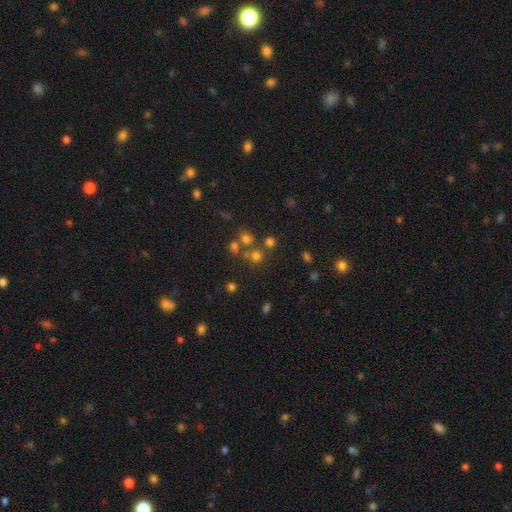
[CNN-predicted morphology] The model was most divided on "smooth or featured": smooth: 62%, star or artifact: 27%, featured or disk: 11%. More confident: how rounded — round (87%); merging — none (63%).